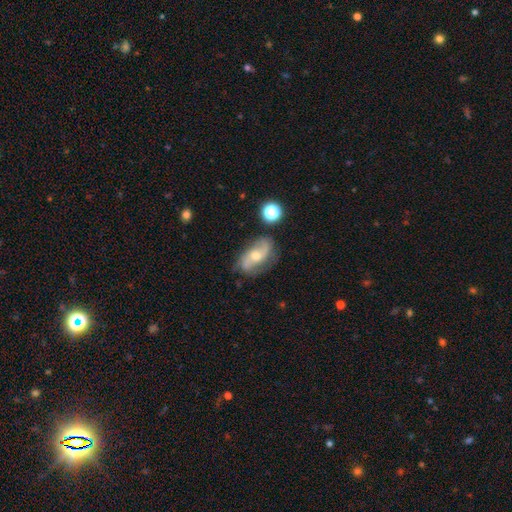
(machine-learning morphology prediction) Q: Smooth or featured?
A: featured or disk (76%); runner-up: smooth (16%)
Q: Edge-on disk?
A: no (94%); runner-up: yes (6%)
Q: Bar?
A: no (56%); runner-up: weak (32%)
Q: Spiral arms?
A: yes (93%); runner-up: no (7%)
Q: Spiral winding?
A: loose (52%); runner-up: medium (34%)
Q: Spiral arm count?
A: 2 (86%); runner-up: can't tell (7%)
Q: Bulge size?
A: moderate (57%); runner-up: small (37%)
Q: Merging?
A: none (73%); runner-up: minor disturbance (18%)